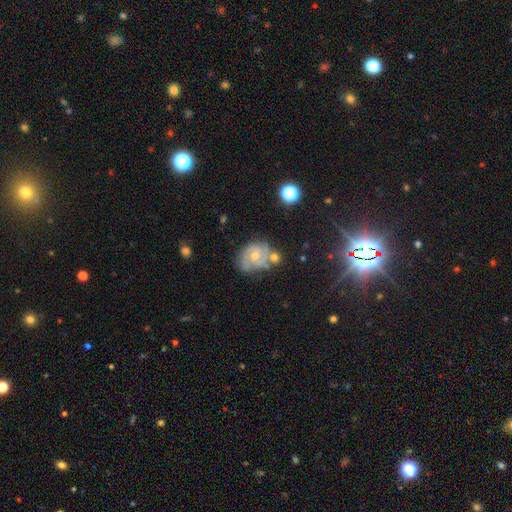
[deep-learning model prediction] Smooth or featured: featured or disk — 76% (smooth — 16%)
Edge-on disk: no — 98% (yes — 2%)
Bar: no — 71% (weak — 25%)
Spiral arms: yes — 92% (no — 8%)
Spiral winding: tight — 56% (medium — 36%)
Spiral arm count: 2 — 42% (3 — 27%)
Bulge size: moderate — 51% (small — 45%)
Merging: none — 56% (minor disturbance — 22%)